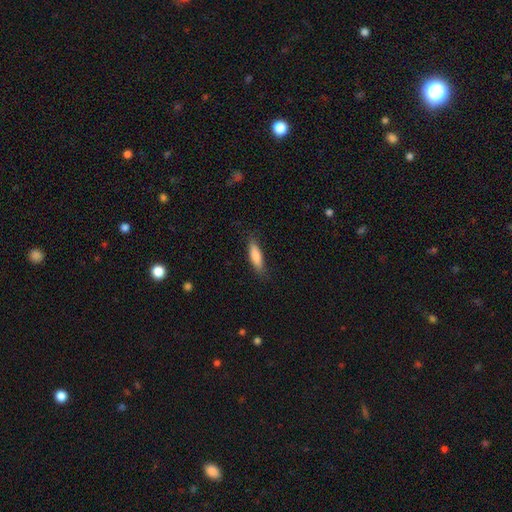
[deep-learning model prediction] Smooth or featured? Predicted: smooth (p=0.82). How rounded? Predicted: cigar-shaped (p=0.58). Merging? Predicted: none (p=0.83).